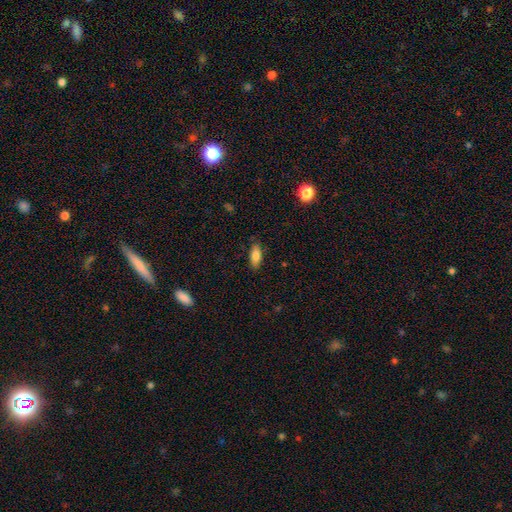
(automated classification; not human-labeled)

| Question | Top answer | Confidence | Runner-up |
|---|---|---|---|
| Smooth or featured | smooth | 82% | featured or disk (11%) |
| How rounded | in between | 79% | cigar-shaped (18%) |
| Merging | none | 85% | minor disturbance (12%) |